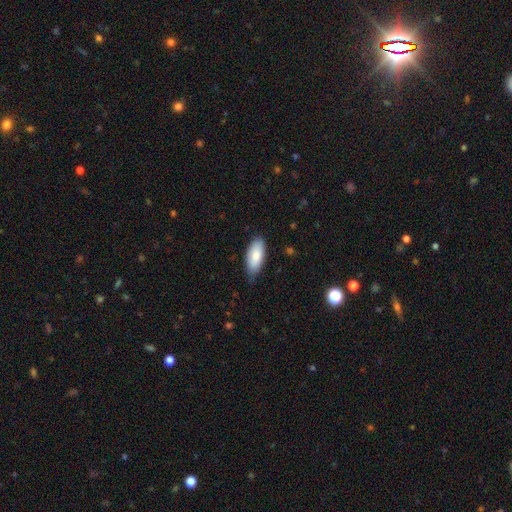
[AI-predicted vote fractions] Smooth or featured? smooth (82%)
How rounded? in between (89%)
Merging? none (73%)